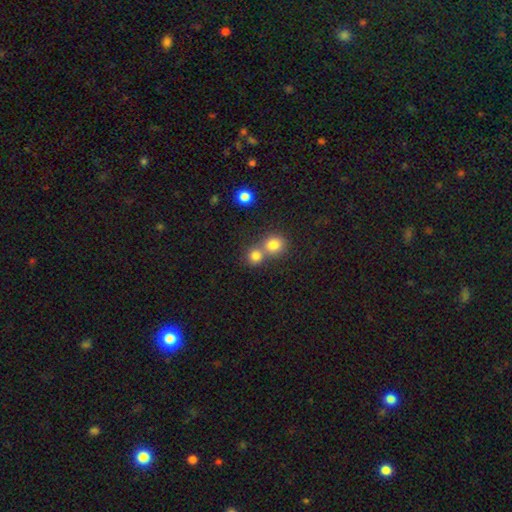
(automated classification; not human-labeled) A smooth galaxy with no disk features (79%) that is round (84%).

Vote fractions:
- Smooth or featured? smooth: 79% / star or artifact: 13% / featured or disk: 8%
- How rounded? round: 84% / in between: 14% / cigar-shaped: 1%
- Merging? merger: 47% / none: 45% / minor disturbance: 6% / major disturbance: 2%